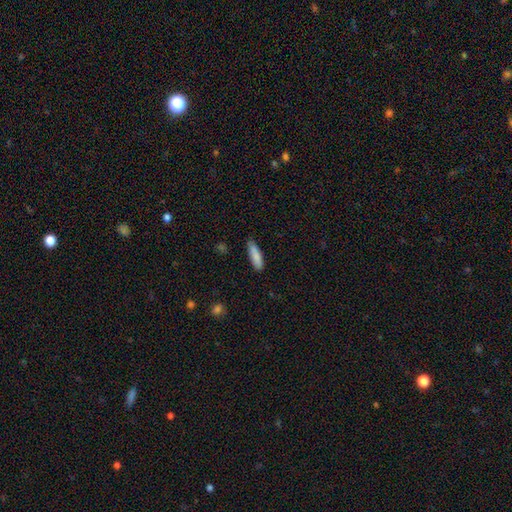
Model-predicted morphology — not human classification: Smooth or featured? smooth (86%)
How rounded? cigar-shaped (65%)
Merging? none (81%)